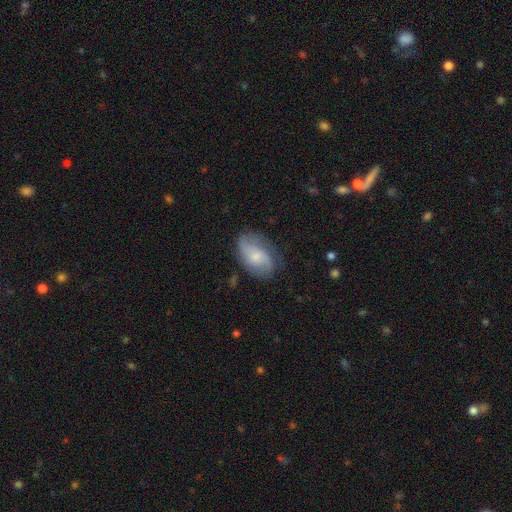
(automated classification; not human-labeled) Smooth or featured? Predicted: featured or disk (p=0.57). Edge-on disk? Predicted: no (p=0.96). Bar? Predicted: no (p=0.58). Spiral arms? Predicted: yes (p=0.88). Bulge size? Predicted: small (p=0.55). Merging? Predicted: none (p=0.67).